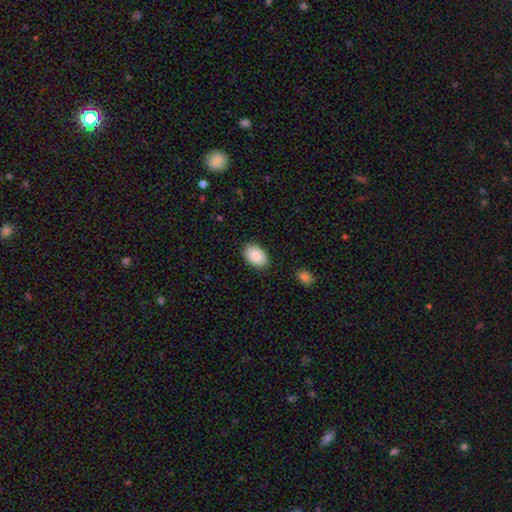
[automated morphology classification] A smooth galaxy with no disk features (86%) that is in between round and cigar-shaped (89%).

Vote fractions:
- Smooth or featured? smooth: 86% / featured or disk: 7% / star or artifact: 7%
- How rounded? in between: 89% / round: 10% / cigar-shaped: 1%
- Merging? none: 87% / minor disturbance: 10% / major disturbance: 2% / merger: 1%